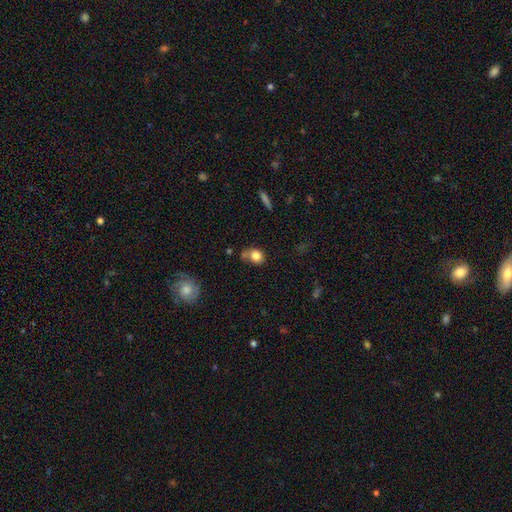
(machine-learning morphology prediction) Q: Smooth or featured?
A: smooth (81%); runner-up: star or artifact (10%)
Q: How rounded?
A: round (63%); runner-up: in between (36%)
Q: Merging?
A: none (52%); runner-up: minor disturbance (22%)